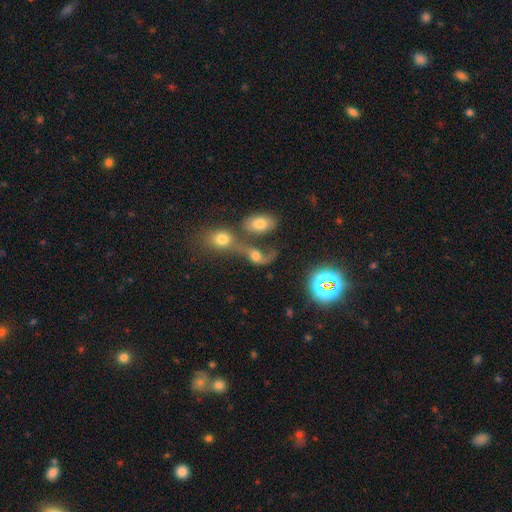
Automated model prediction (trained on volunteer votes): smooth_or_featured: smooth (p=0.49) [alt: featured or disk p=0.35]
merging: merger (p=0.59) [alt: major disturbance p=0.18]